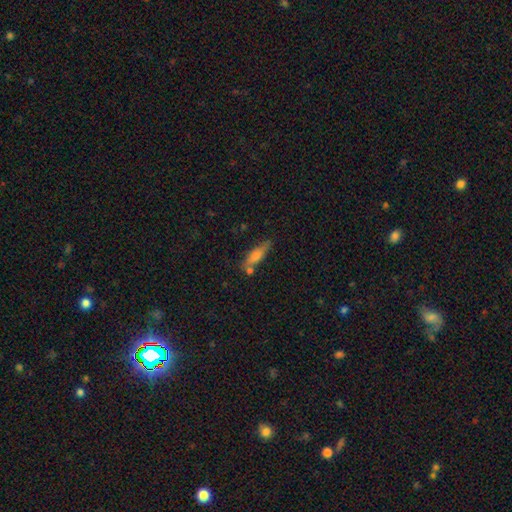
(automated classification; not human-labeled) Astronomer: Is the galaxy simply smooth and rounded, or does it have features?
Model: smooth — 64%.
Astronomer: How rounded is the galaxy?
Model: cigar-shaped — 64%.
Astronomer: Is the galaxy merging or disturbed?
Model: none — 66%.